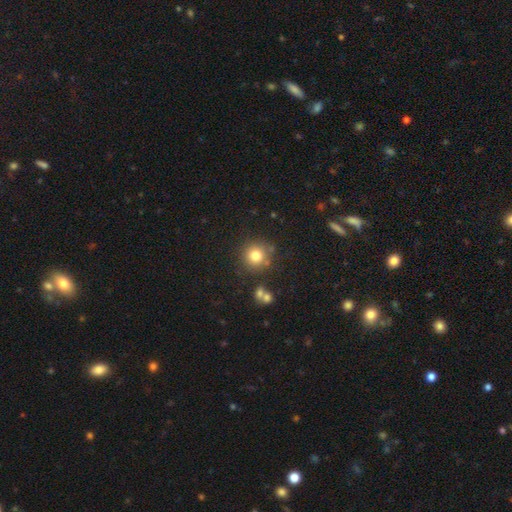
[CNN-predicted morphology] Overall: smooth (79%). How rounded: round (93%). Merging: none (78%).